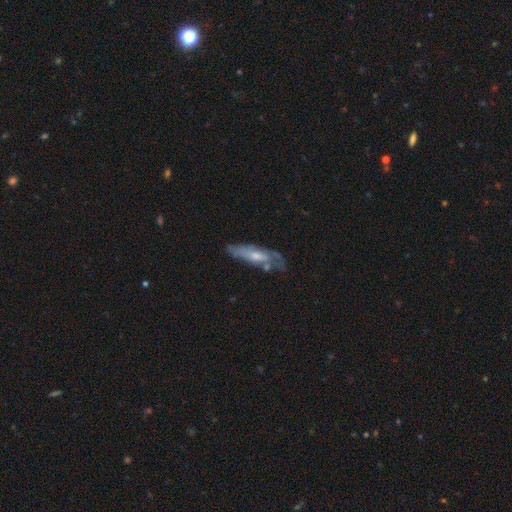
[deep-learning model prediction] featured or disk 53%, smooth 40%, star or artifact 7%. Down the decision tree: edge-on disk — no (59%); merging — none (49%).